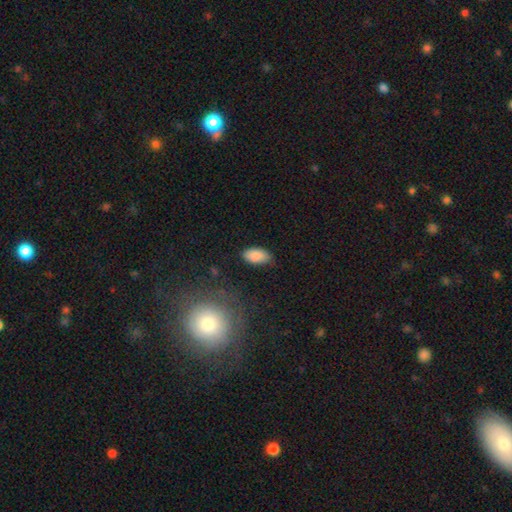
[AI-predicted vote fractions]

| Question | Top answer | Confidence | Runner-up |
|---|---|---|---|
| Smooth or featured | smooth | 87% | star or artifact (8%) |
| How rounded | in between | 94% | round (3%) |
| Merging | none | 77% | minor disturbance (18%) |